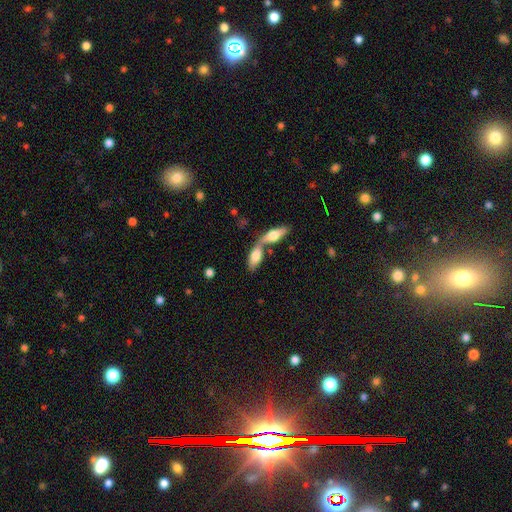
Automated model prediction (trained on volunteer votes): Smooth or featured? smooth (71%)
How rounded? in between (80%)
Merging? merger (55%)